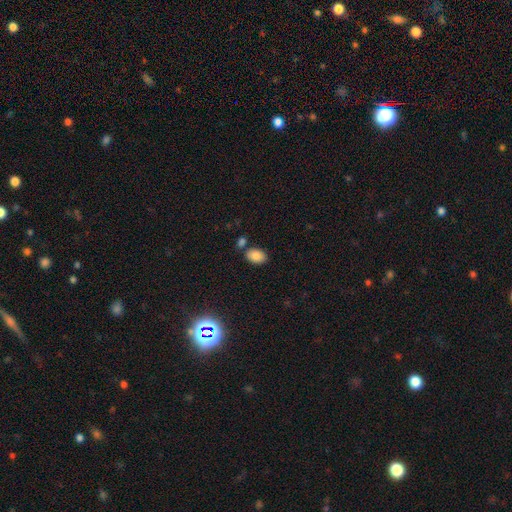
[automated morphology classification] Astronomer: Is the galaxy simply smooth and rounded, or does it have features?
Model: smooth — 86%.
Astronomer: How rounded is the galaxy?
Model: in between — 88%.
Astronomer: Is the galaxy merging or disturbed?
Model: none — 72%.